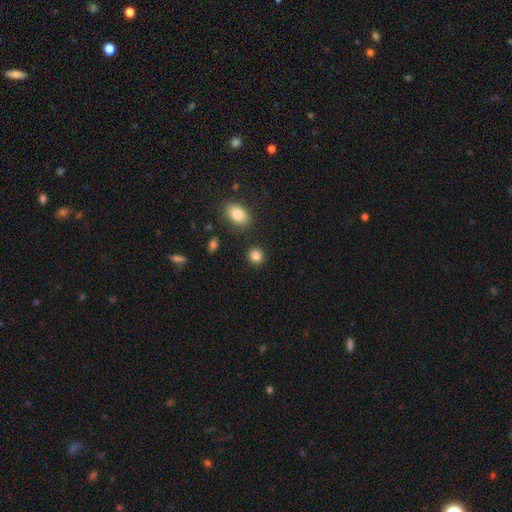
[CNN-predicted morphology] smooth_or_featured: smooth (p=0.87) [alt: star or artifact p=0.10]
how_rounded: round (p=0.80) [alt: in between p=0.18]
merging: none (p=0.88) [alt: minor disturbance p=0.07]